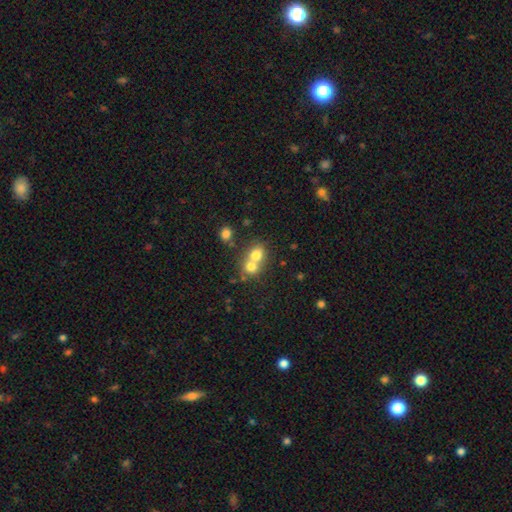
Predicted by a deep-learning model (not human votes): smooth 72%, featured or disk 16%, star or artifact 12%. Down the decision tree: how rounded — round (67%); merging — merger (66%).